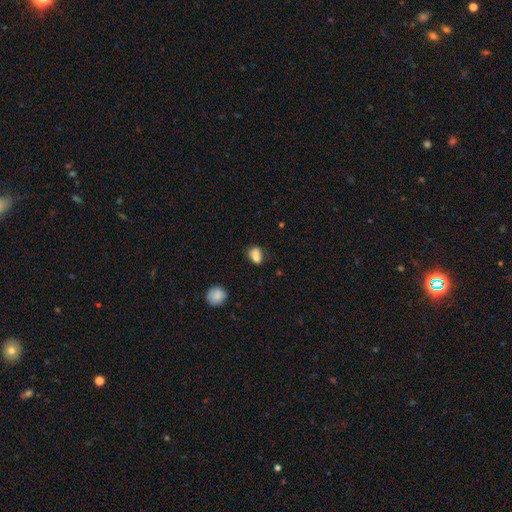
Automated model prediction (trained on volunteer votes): This is likely a smooth galaxy (79%). How rounded: likely in between (66%). Merging: possibly none (45%).